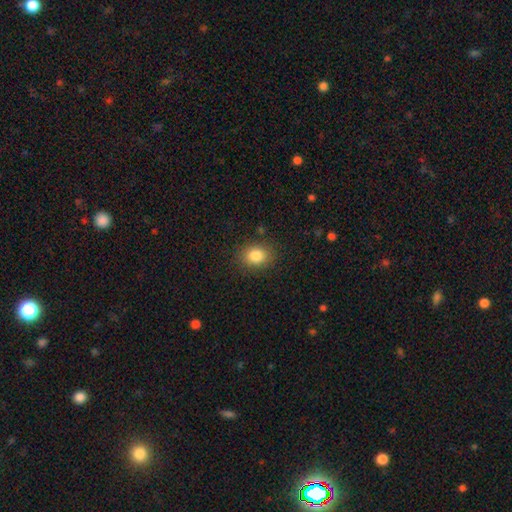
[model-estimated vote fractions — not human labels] This appears to be a smooth galaxy with no disk features (84%) that is round (50%). Merging: none (86%).